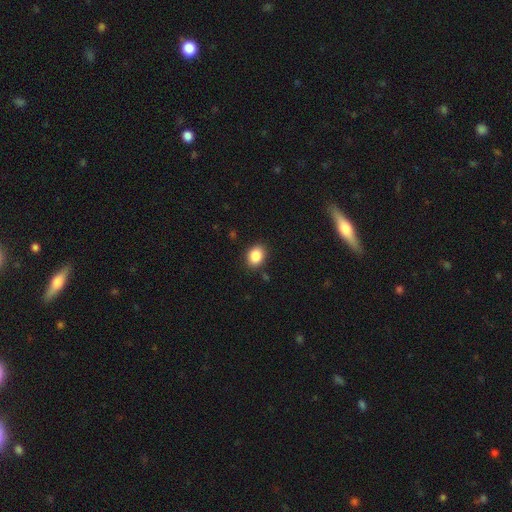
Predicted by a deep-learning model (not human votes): smooth-or-featured: smooth: 87% | star or artifact: 9% | featured or disk: 4%
  how-rounded: in between: 61% | round: 38% | cigar-shaped: 1%
  merging: none: 88% | minor disturbance: 9% | major disturbance: 2% | merger: 1%